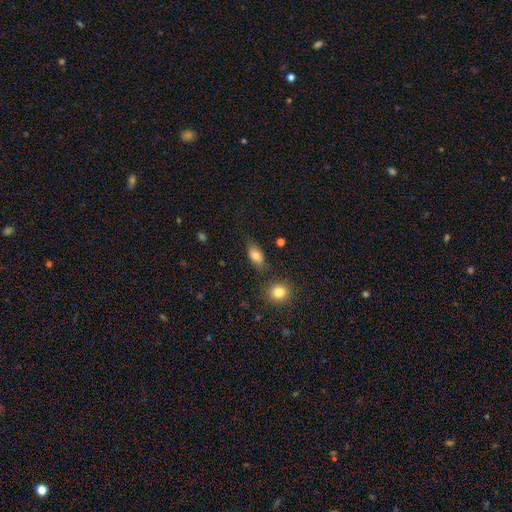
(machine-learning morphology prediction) Smooth or featured? Predicted: smooth (p=0.80). How rounded? Predicted: in between (p=0.86). Merging? Predicted: none (p=0.70).